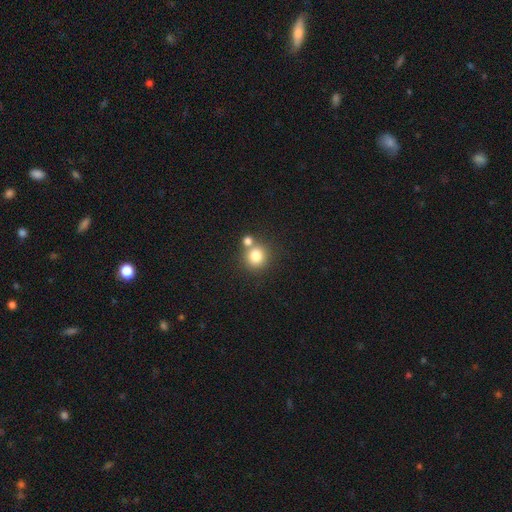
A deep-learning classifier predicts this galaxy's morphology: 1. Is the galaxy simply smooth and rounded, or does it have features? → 79% smooth, 12% star or artifact, 9% featured or disk.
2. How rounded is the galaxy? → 89% round, 10% in between, 1% cigar-shaped.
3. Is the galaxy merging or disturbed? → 60% none, 29% merger, 8% minor disturbance, 3% major disturbance.